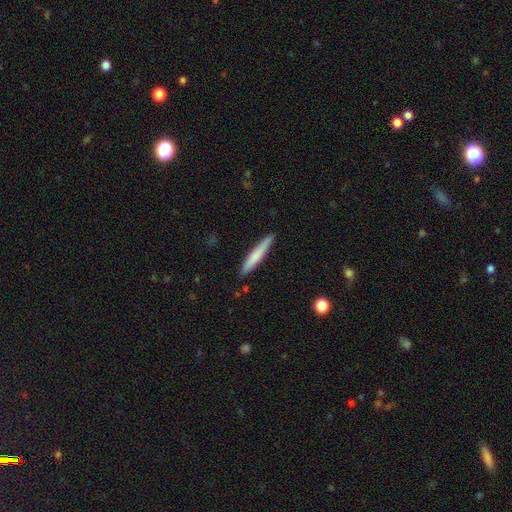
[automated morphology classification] smooth-or-featured: smooth: 70% | featured or disk: 25% | star or artifact: 5%
  how-rounded: cigar-shaped: 94% | in between: 5% | round: 1%
  merging: none: 88% | minor disturbance: 9% | major disturbance: 2% | merger: 1%